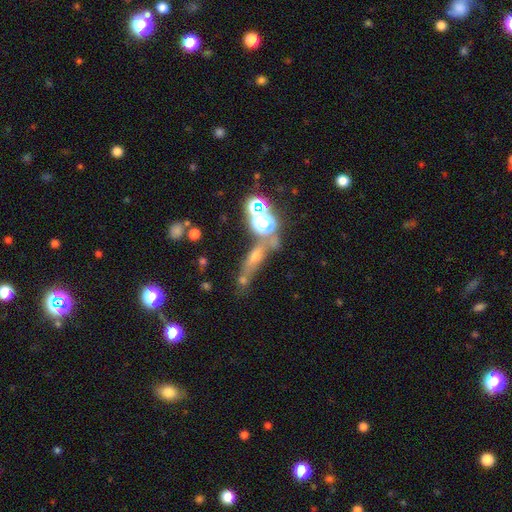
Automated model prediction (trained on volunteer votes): The model was most divided on "smooth or featured": smooth: 38%, star or artifact: 35%, featured or disk: 28%. Remaining: merging — none (48%).